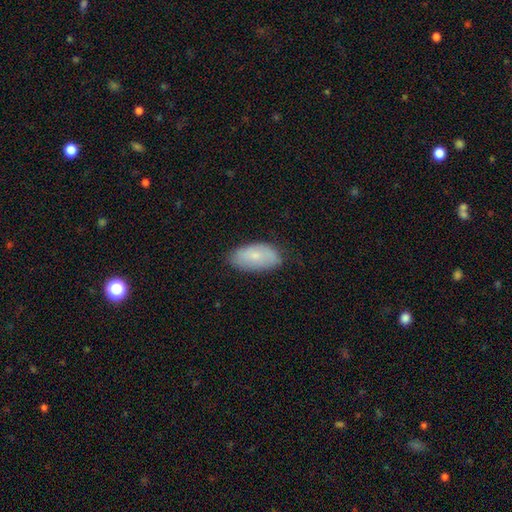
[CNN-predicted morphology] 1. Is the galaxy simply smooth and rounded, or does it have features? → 76% smooth, 17% featured or disk, 7% star or artifact.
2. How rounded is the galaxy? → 94% in between, 3% cigar-shaped, 3% round.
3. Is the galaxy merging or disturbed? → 76% none, 19% minor disturbance, 3% major disturbance, 1% merger.